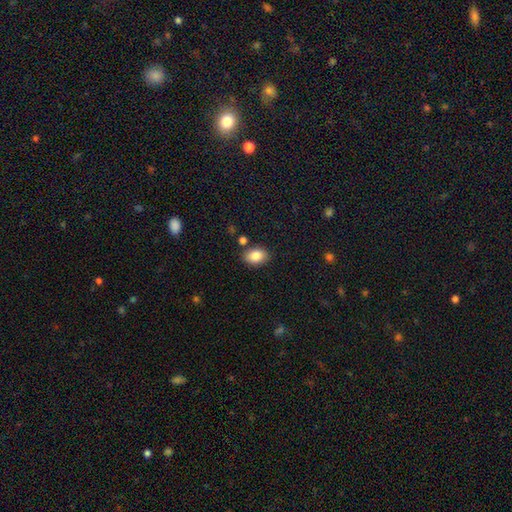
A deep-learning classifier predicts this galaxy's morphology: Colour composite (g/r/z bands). It shows a smooth galaxy with no disk features (85%) that is in between round and cigar-shaped (83%). Merging: none (83%).